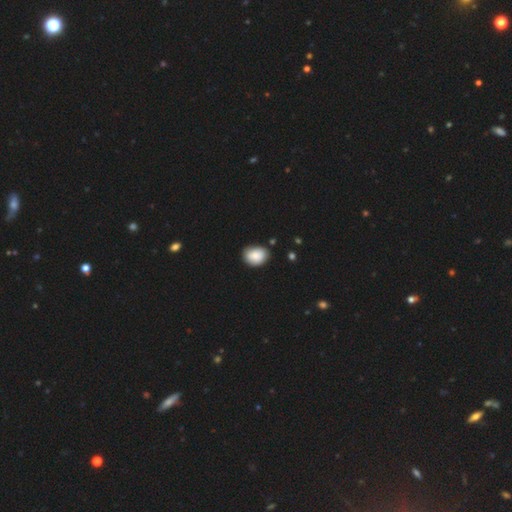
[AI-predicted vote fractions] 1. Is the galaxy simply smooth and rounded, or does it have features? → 83% smooth, 9% featured or disk, 7% star or artifact.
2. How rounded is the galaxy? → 61% in between, 38% round, 1% cigar-shaped.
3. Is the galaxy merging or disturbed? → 74% none, 20% minor disturbance, 3% major disturbance, 2% merger.